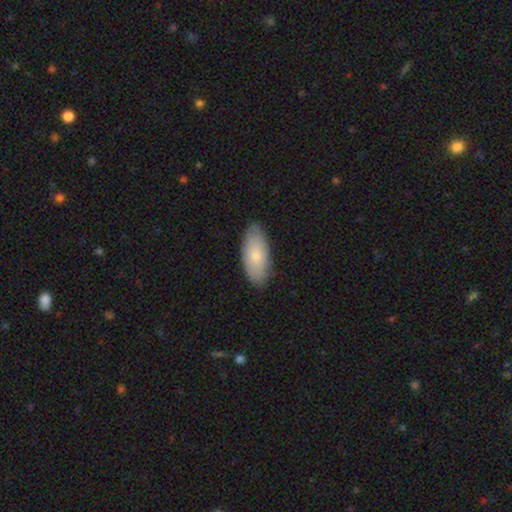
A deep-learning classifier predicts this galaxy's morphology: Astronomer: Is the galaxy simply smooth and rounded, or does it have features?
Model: smooth — 77%.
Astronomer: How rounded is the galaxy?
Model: in between — 90%.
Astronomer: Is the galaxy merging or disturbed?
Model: none — 84%.